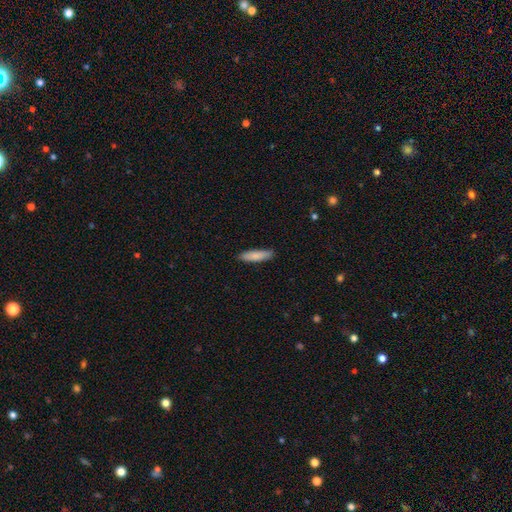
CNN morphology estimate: type=smooth (83%); roundness=cigar-shaped (75%); merging=none (89%).